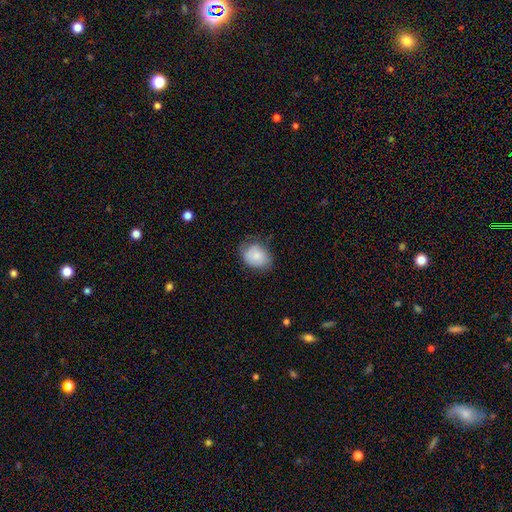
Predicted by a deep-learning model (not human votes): Smooth or featured?
  - smooth: 78% *
  - featured or disk: 15%
  - star or artifact: 7%
How rounded?
  - in between: 60% *
  - round: 39%
  - cigar-shaped: 1%
Merging?
  - none: 62% *
  - minor disturbance: 29%
  - major disturbance: 8%
  - merger: 1%